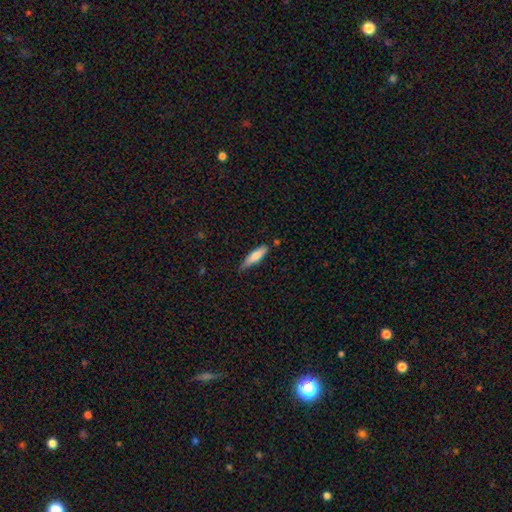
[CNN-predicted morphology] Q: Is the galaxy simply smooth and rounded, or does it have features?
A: smooth — 71%.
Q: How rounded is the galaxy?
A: cigar-shaped — 74%.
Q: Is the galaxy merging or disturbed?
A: none — 70%.